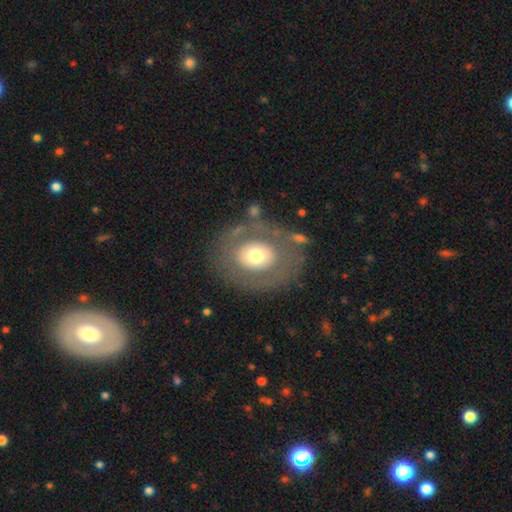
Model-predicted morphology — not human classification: Q: Smooth or featured?
A: smooth (50%); runner-up: featured or disk (43%)
Q: Merging?
A: none (70%); runner-up: minor disturbance (14%)